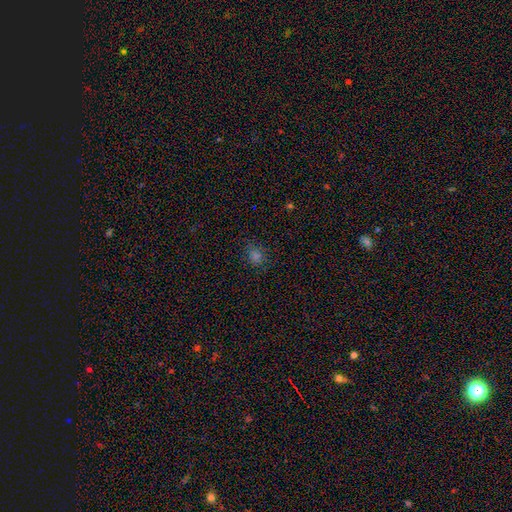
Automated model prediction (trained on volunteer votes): A smooth galaxy with no disk features (67%) that is round (68%). Merging: none (82%).